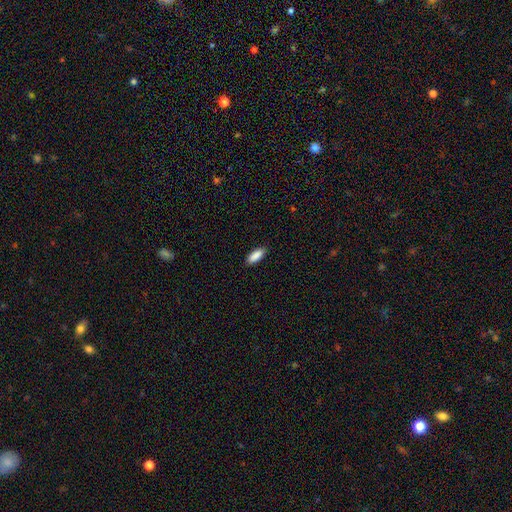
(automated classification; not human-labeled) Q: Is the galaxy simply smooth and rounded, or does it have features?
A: smooth — 90%.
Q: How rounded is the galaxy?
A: in between — 76%.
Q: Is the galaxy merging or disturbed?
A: none — 89%.